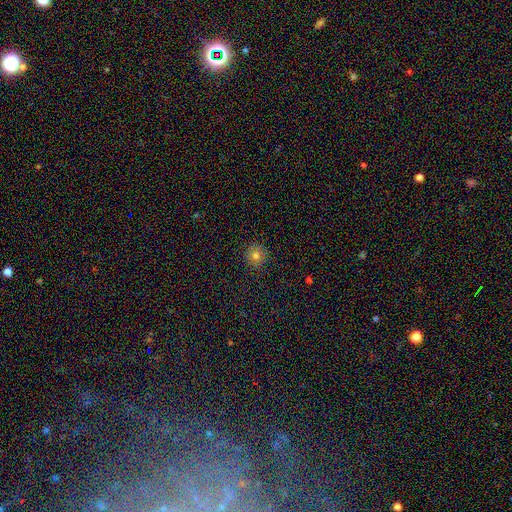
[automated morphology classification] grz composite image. It shows a smooth galaxy with no disk features (76%) that is round (91%). Merging: none (89%).